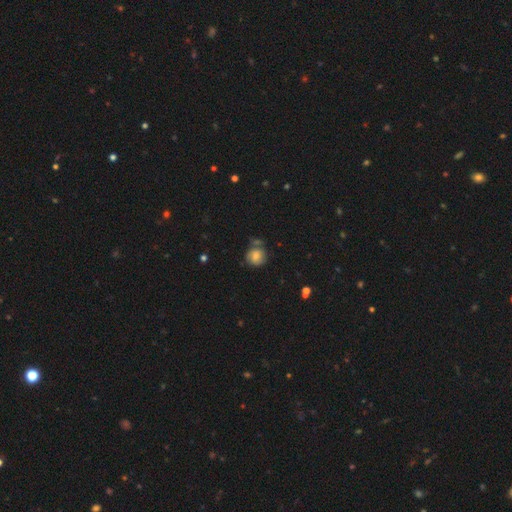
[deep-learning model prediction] Q: Smooth or featured?
A: smooth (65%); runner-up: featured or disk (25%)
Q: How rounded?
A: round (85%); runner-up: in between (14%)
Q: Merging?
A: none (63%); runner-up: minor disturbance (19%)